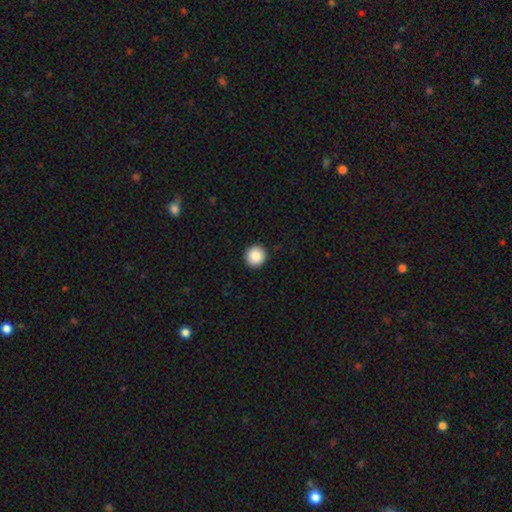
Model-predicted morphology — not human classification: smooth 89%, star or artifact 8%, featured or disk 3%. Down the decision tree: how rounded — round (93%); merging — none (93%).